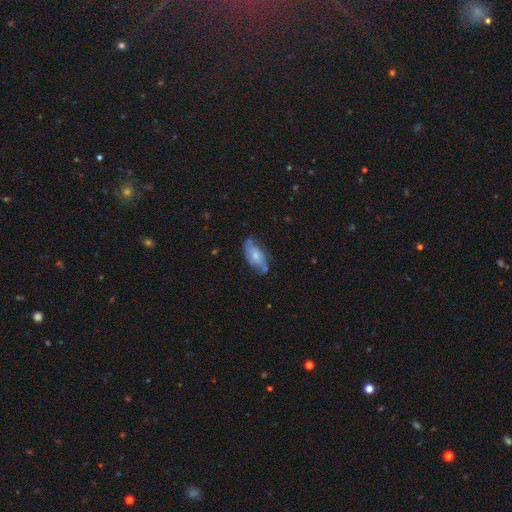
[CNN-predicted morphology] A featured or disk galaxy (47%).

Vote fractions:
- Smooth or featured? featured or disk: 47% / smooth: 46% / star or artifact: 7%
- Merging? none: 60% / minor disturbance: 28% / major disturbance: 8% / merger: 4%